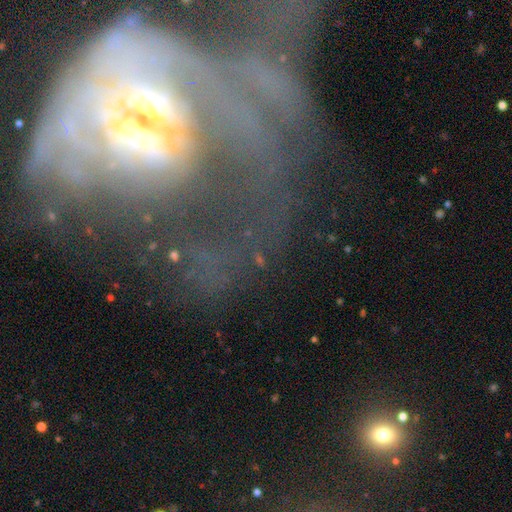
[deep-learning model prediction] smooth-or-featured: featured or disk: 65% | star or artifact: 20% | smooth: 16%
  disk-edge-on: no: 89% | yes: 11%
    bar: no: 48% | weak: 26% | strong: 26%
    has-spiral-arms: yes: 66% | no: 34%
    bulge-size: moderate: 39% | small: 35% | large: 11% | none: 9% | dominant: 5%
  merging: none: 47% | major disturbance: 28% | minor disturbance: 15% | merger: 10%